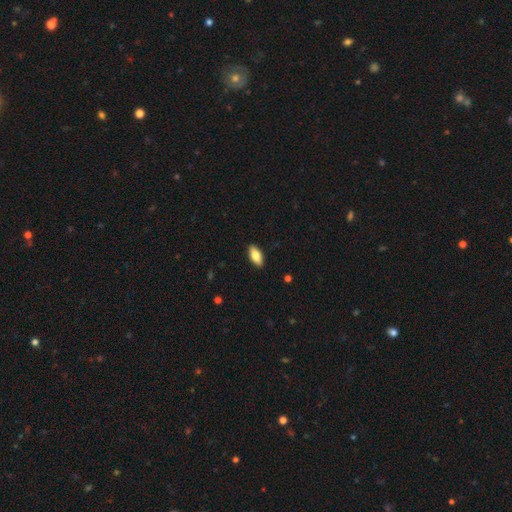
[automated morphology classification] Q: Smooth or featured?
A: smooth (81%); runner-up: featured or disk (13%)
Q: How rounded?
A: in between (87%); runner-up: cigar-shaped (11%)
Q: Merging?
A: none (89%); runner-up: minor disturbance (8%)